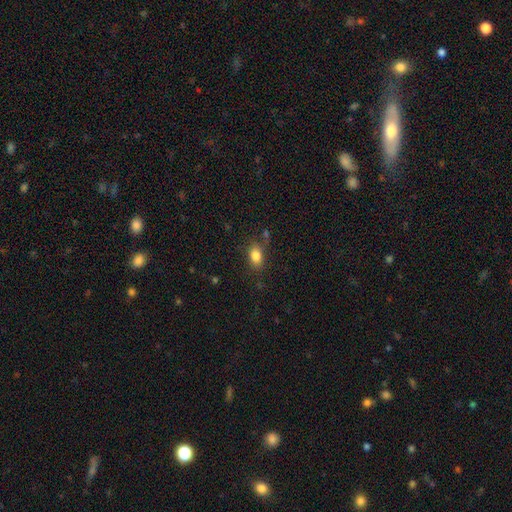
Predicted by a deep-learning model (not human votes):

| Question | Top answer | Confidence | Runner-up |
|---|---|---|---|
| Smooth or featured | smooth | 84% | star or artifact (10%) |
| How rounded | in between | 79% | round (19%) |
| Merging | none | 76% | minor disturbance (15%) |